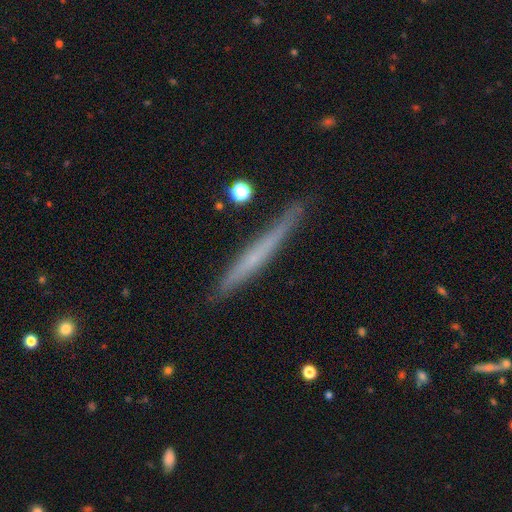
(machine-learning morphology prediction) This appears to be a featured or disk galaxy (50%). Merging: none (85%).